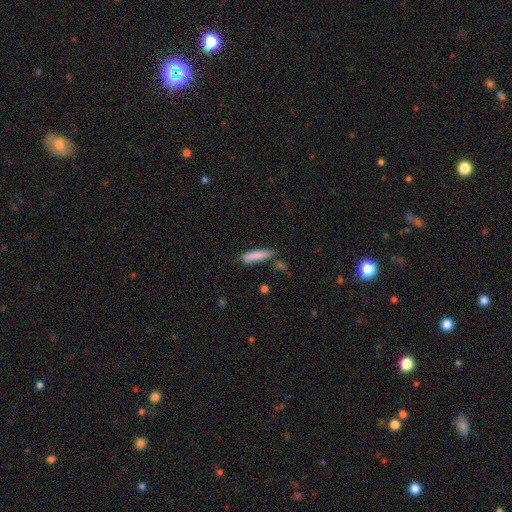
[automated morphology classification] This is clearly a smooth galaxy (83%). How rounded: likely cigar-shaped (78%). Merging: likely none (67%).